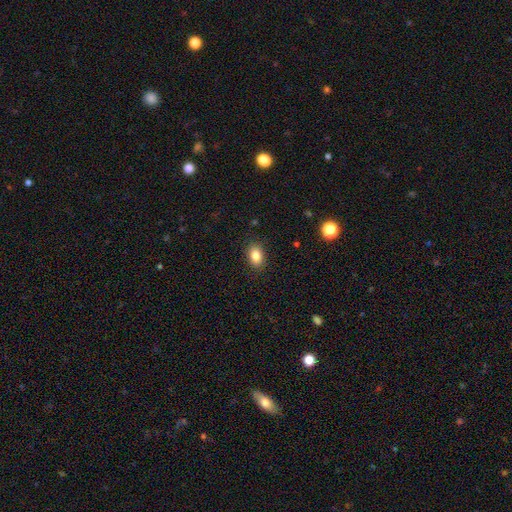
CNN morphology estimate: Overall: smooth (85%). How rounded: in between (82%). Merging: none (88%).